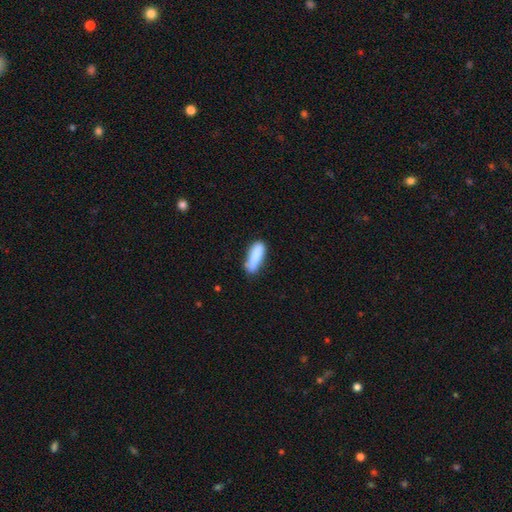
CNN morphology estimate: Smooth or featured? smooth (85%)
How rounded? cigar-shaped (51%)
Merging? none (70%)